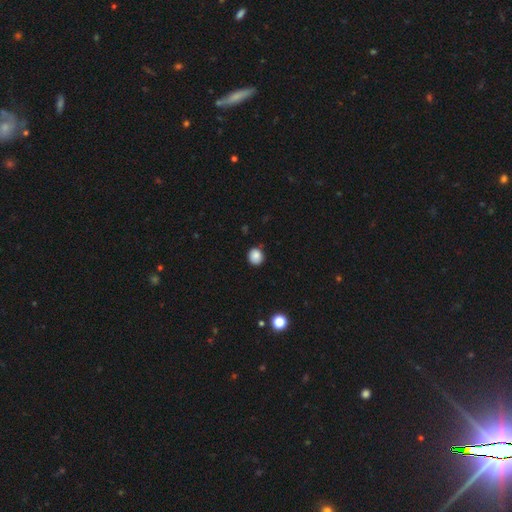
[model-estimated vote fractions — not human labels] A smooth galaxy with no disk features (86%) that is round (85%). Merging: none (84%).